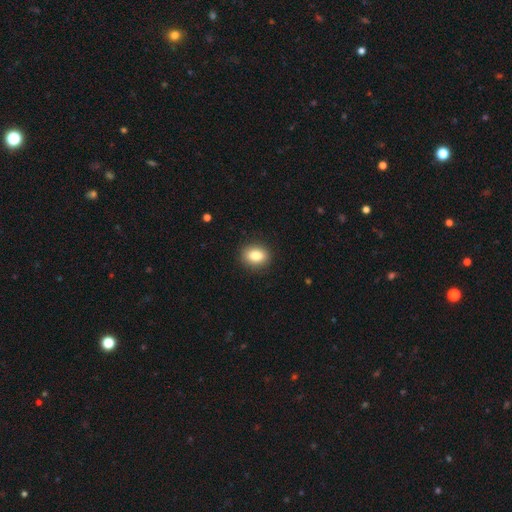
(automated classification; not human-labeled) A smooth galaxy with no disk features (84%) that is in between round and cigar-shaped (54%). Merging: none (90%).